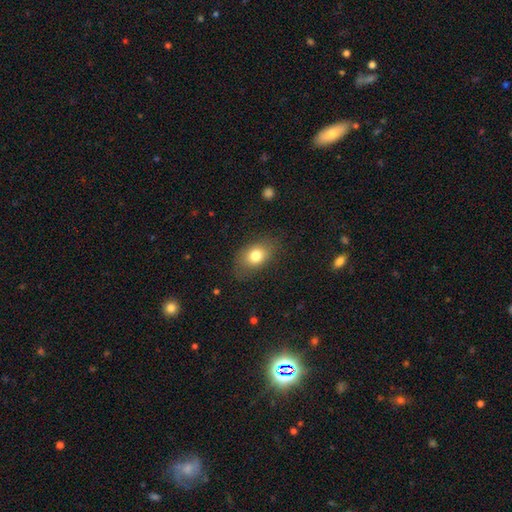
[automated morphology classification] type=smooth (77%); roundness=in between (77%); merging=none (75%).